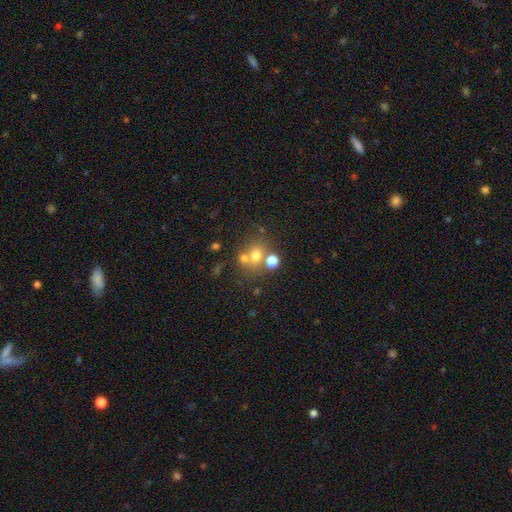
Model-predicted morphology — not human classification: type=smooth (64%); roundness=round (73%); merging=none (49%).